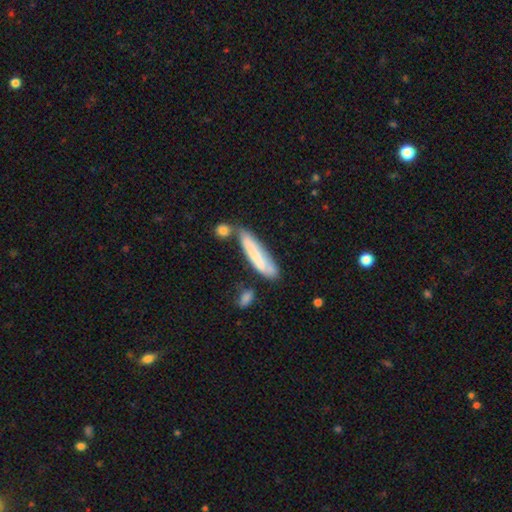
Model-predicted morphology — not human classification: Overall: smooth (65%; featured or disk 29%). How rounded: cigar-shaped (78%). Merging: none (39%; merger 27%).